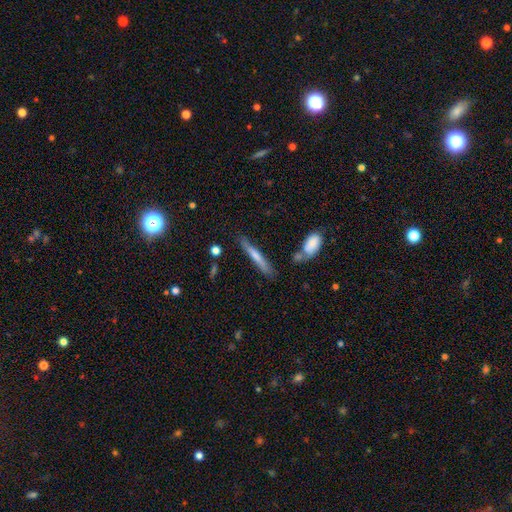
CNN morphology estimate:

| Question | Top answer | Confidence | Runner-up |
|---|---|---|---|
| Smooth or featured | smooth | 52% | featured or disk (41%) |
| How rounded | cigar-shaped | 93% | in between (5%) |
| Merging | none | 77% | minor disturbance (14%) |